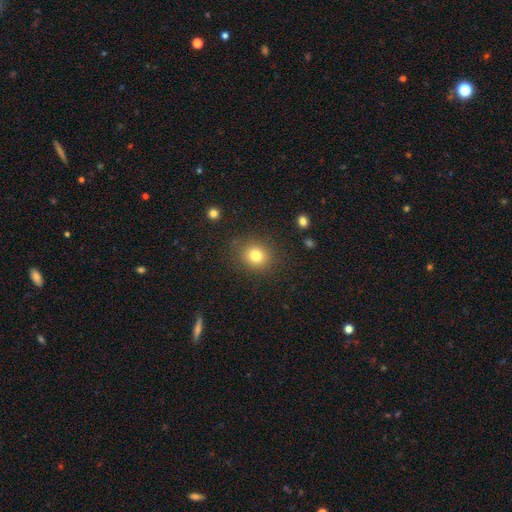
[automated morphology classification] The model was most divided on "how rounded": round: 79%, in between: 20%, cigar-shaped: 1%. More confident: merging — none (85%); smooth or featured — smooth (80%).